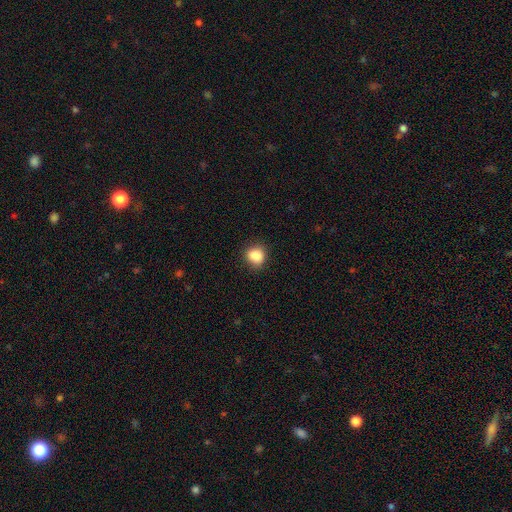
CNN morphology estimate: The model was most divided on "how rounded": round: 58%, in between: 41%, cigar-shaped: 1%. More confident: smooth or featured — smooth (85%); merging — none (76%).